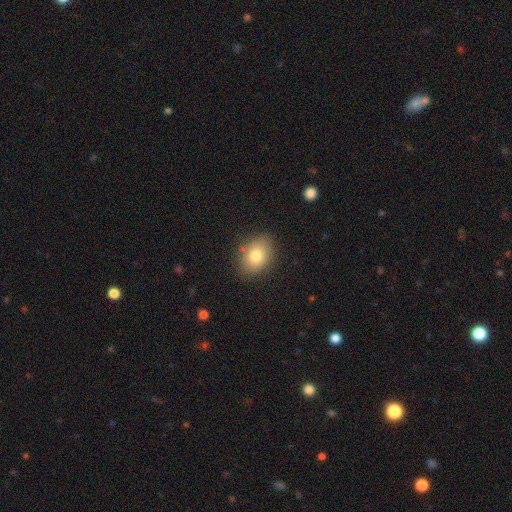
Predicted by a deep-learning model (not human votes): Overall: smooth (80%). How rounded: in between (70%). Merging: none (84%).